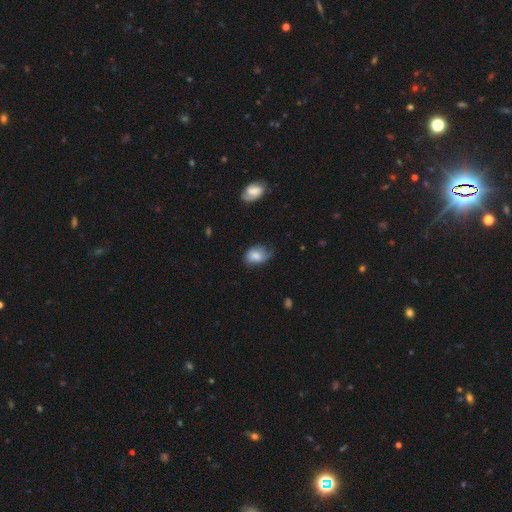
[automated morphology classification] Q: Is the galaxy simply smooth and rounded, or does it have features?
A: smooth — 75%.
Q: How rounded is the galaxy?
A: in between — 75%.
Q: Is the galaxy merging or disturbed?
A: none — 43%.